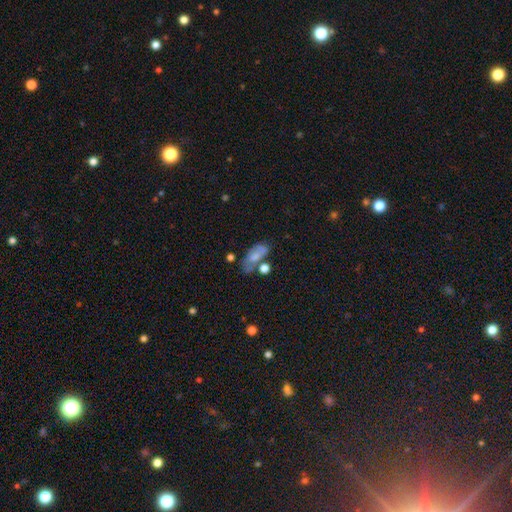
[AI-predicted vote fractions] Overall: smooth (63%; featured or disk 28%). How rounded: in between (86%). Merging: none (41%; minor disturbance 25%).